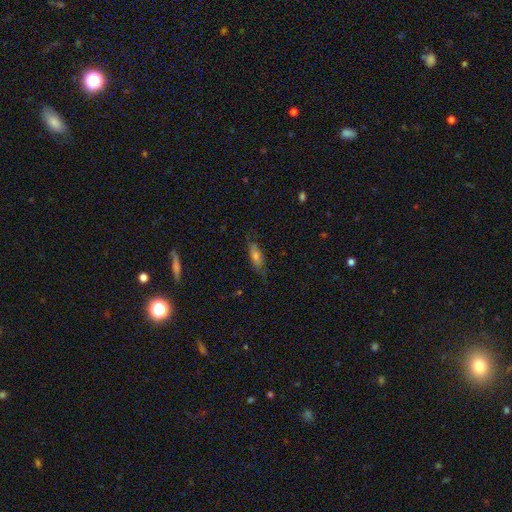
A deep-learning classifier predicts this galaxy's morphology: smooth_or_featured: smooth (p=0.60) [alt: featured or disk p=0.32]
how_rounded: in between (p=0.55) [alt: cigar-shaped p=0.42]
merging: none (p=0.73) [alt: minor disturbance p=0.21]